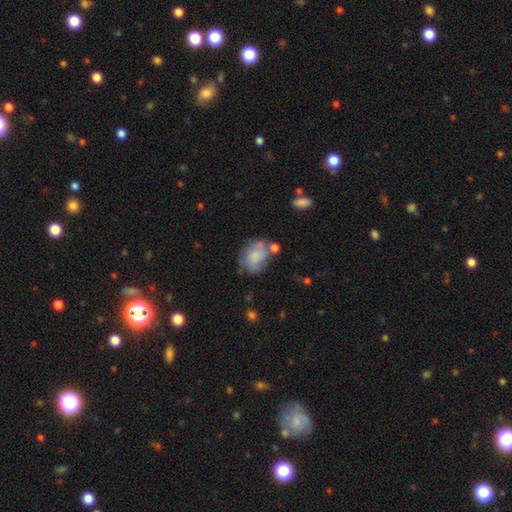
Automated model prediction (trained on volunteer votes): Morphology: type=smooth (68%); roundness=in between (63%); merging=none (47%).